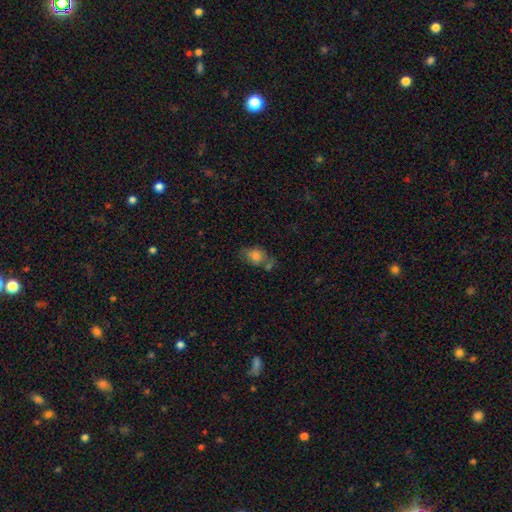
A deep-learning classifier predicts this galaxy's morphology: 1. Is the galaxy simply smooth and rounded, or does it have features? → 74% smooth, 16% featured or disk, 10% star or artifact.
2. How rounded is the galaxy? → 75% in between, 23% round, 2% cigar-shaped.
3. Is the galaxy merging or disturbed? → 45% none, 24% merger, 22% minor disturbance, 9% major disturbance.